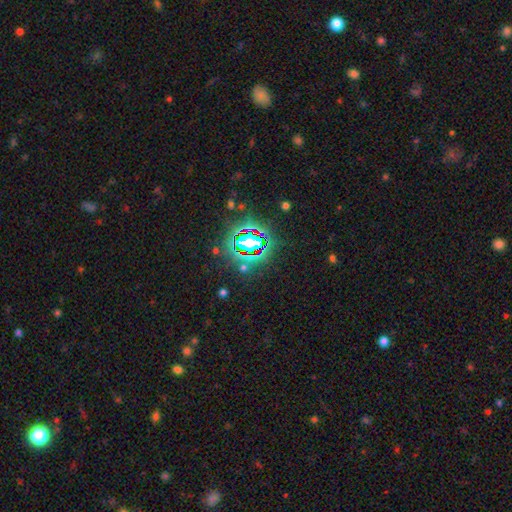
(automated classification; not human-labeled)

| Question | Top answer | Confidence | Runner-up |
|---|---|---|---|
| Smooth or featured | star or artifact | 81% | smooth (11%) |